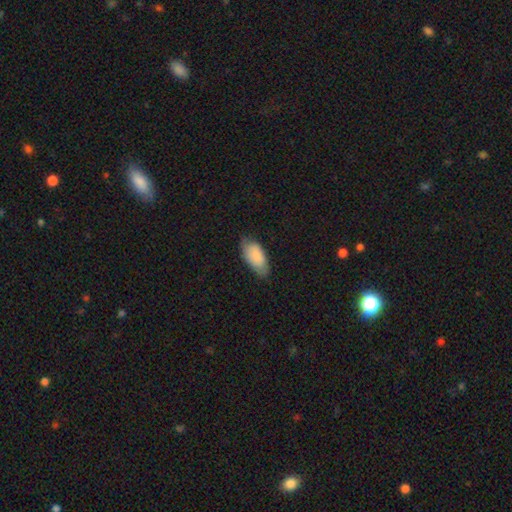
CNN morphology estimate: Overall: smooth (81%). How rounded: in between (92%). Merging: none (70%).